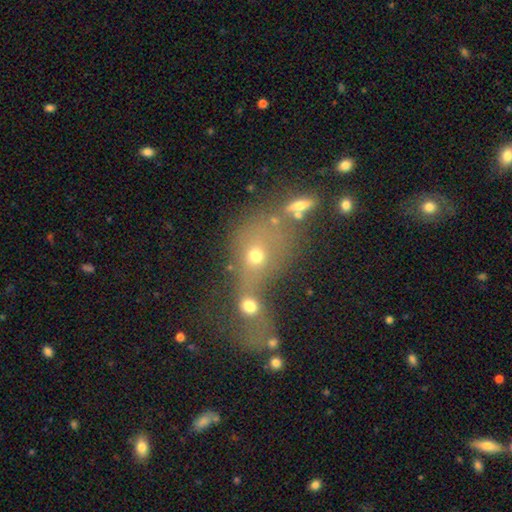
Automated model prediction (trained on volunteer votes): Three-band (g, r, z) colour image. It shows a smooth galaxy with no disk features (55%) that is round (57%). Merging: merger (72%).